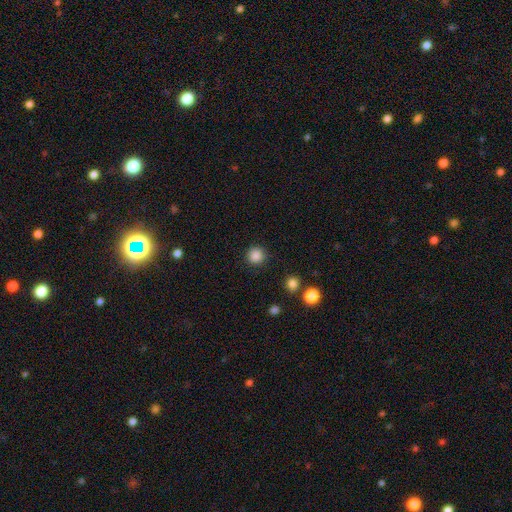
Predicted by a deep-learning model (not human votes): smooth-or-featured: smooth: 86% | star or artifact: 11% | featured or disk: 3%
  how-rounded: round: 93% | in between: 6% | cigar-shaped: 1%
  merging: none: 90% | minor disturbance: 6% | major disturbance: 2% | merger: 2%